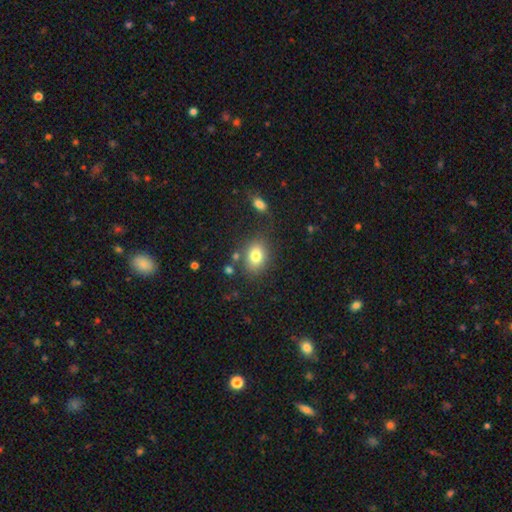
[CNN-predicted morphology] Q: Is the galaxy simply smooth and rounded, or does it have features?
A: smooth — 79%.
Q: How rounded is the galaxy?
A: in between — 68%.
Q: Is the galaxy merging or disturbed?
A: none — 76%.